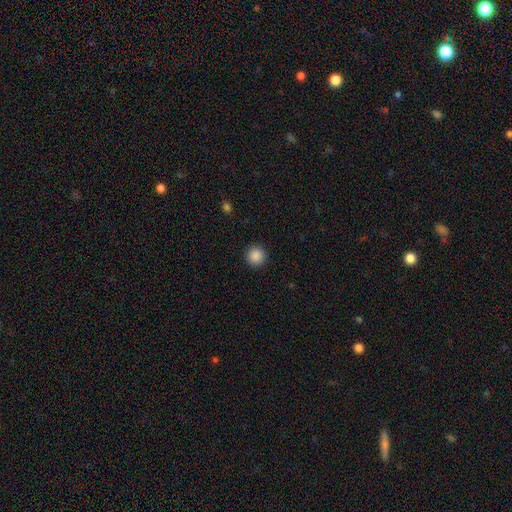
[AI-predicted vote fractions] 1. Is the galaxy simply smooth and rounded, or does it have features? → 88% smooth, 9% star or artifact, 3% featured or disk.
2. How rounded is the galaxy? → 95% round, 4% in between, 1% cigar-shaped.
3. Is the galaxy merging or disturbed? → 92% none, 5% minor disturbance, 2% major disturbance, 1% merger.